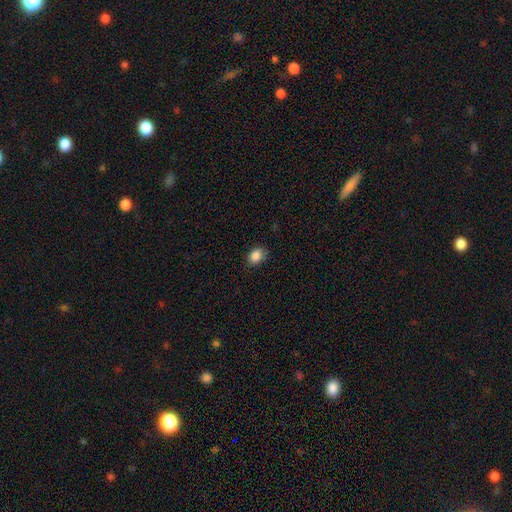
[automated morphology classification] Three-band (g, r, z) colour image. It shows a smooth galaxy with no disk features (87%) that is in between round and cigar-shaped (65%). Merging: none (80%).